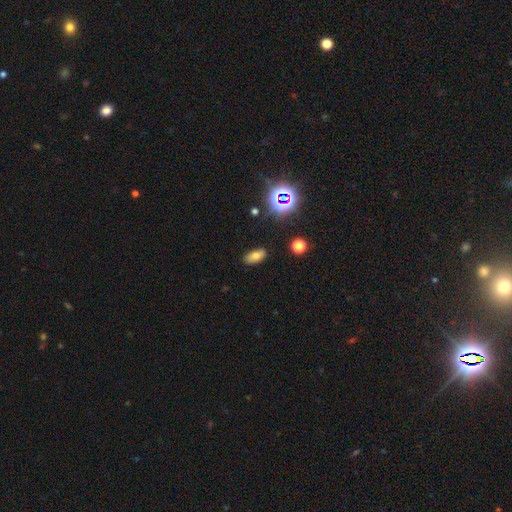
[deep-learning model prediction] smooth 69%, star or artifact 18%, featured or disk 13%. Down the decision tree: how rounded — in between (87%); merging — none (85%).